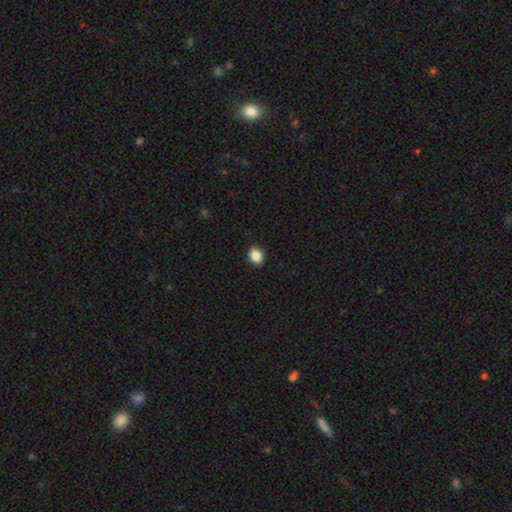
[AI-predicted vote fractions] smooth 87%, star or artifact 9%, featured or disk 4%. Down the decision tree: how rounded — in between (58%); merging — none (89%).